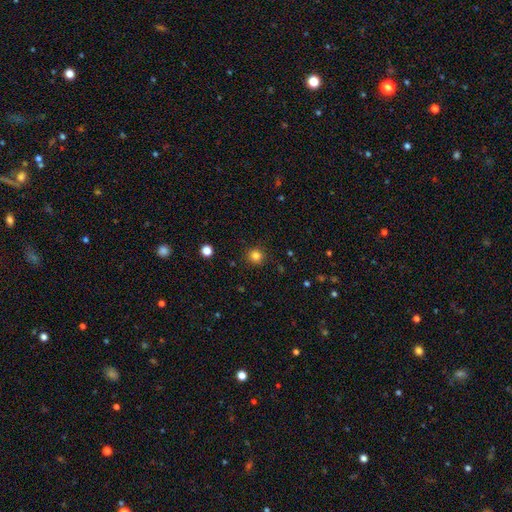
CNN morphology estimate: Smooth or featured? smooth (82%)
How rounded? round (93%)
Merging? none (90%)